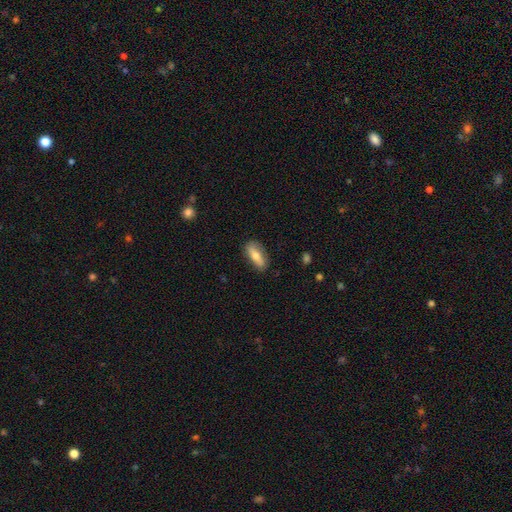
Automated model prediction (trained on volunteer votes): smooth-or-featured: smooth: 65% | featured or disk: 28% | star or artifact: 7%
  how-rounded: in between: 71% | cigar-shaped: 26% | round: 3%
  merging: none: 83% | minor disturbance: 13% | major disturbance: 3% | merger: 1%